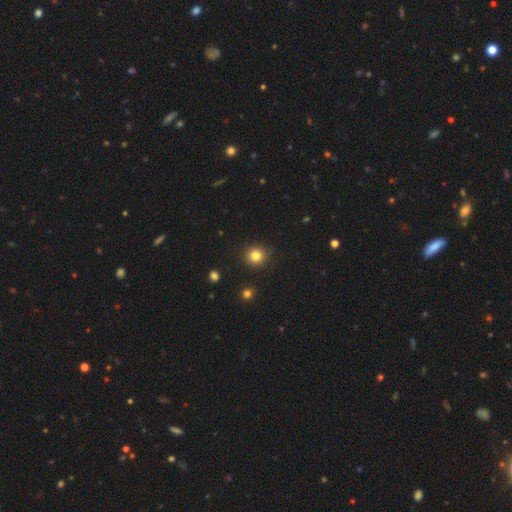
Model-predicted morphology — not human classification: Smooth or featured? smooth (82%)
How rounded? round (92%)
Merging? none (91%)